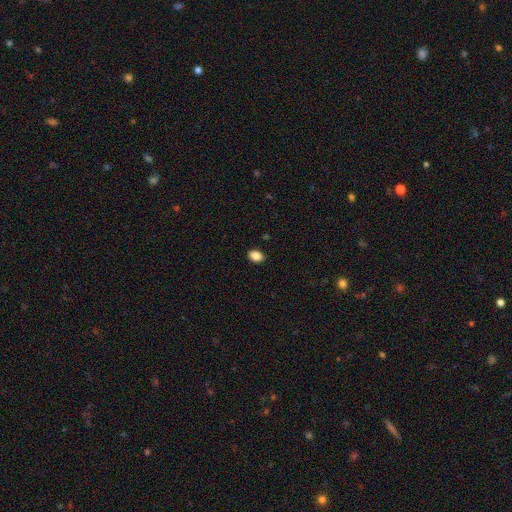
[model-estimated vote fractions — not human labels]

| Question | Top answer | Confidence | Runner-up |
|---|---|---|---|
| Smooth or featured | smooth | 87% | star or artifact (9%) |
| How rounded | in between | 78% | round (20%) |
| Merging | none | 89% | minor disturbance (8%) |